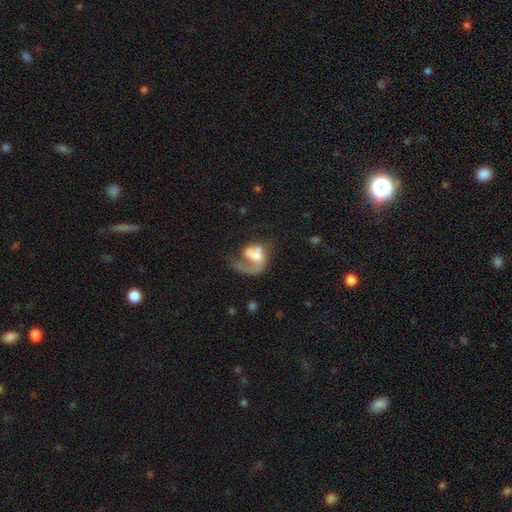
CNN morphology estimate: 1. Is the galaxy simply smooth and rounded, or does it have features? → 68% featured or disk, 24% smooth, 8% star or artifact.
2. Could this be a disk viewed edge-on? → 98% no, 2% yes.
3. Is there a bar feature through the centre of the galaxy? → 60% no, 31% weak, 9% strong.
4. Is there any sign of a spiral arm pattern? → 79% yes, 21% no.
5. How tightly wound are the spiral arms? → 55% loose, 30% medium, 14% tight.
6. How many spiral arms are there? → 85% 1, 7% 2, 5% can't tell, 2% 3, 1% 4, 1% more than 4.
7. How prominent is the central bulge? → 44% moderate, 21% small, 19% large, 13% none, 3% dominant.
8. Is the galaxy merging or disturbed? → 49% major disturbance, 27% none, 14% minor disturbance, 10% merger.